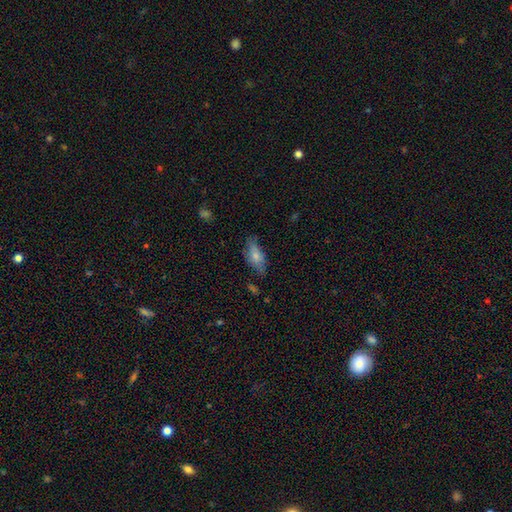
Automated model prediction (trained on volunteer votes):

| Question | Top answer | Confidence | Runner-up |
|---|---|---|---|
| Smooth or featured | smooth | 73% | featured or disk (20%) |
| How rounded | in between | 85% | cigar-shaped (12%) |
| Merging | none | 60% | minor disturbance (29%) |